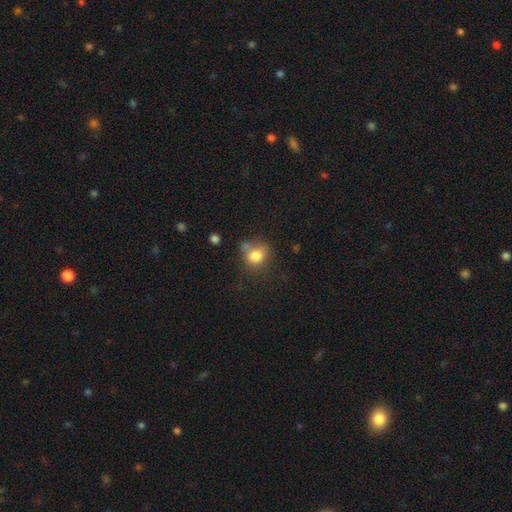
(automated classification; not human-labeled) This appears to be a smooth galaxy with no disk features (81%) that is round (66%). Merging: none (54%).